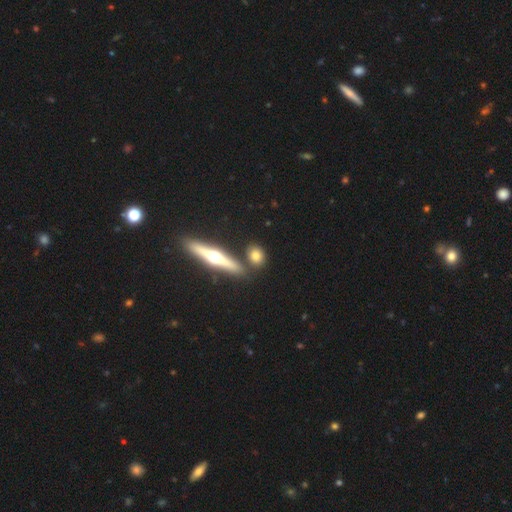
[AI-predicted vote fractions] Smooth or featured?
  - smooth: 69% *
  - featured or disk: 22%
  - star or artifact: 8%
How rounded?
  - round: 50% *
  - in between: 37%
  - cigar-shaped: 12%
Merging?
  - none: 76% *
  - merger: 12%
  - minor disturbance: 9%
  - major disturbance: 3%